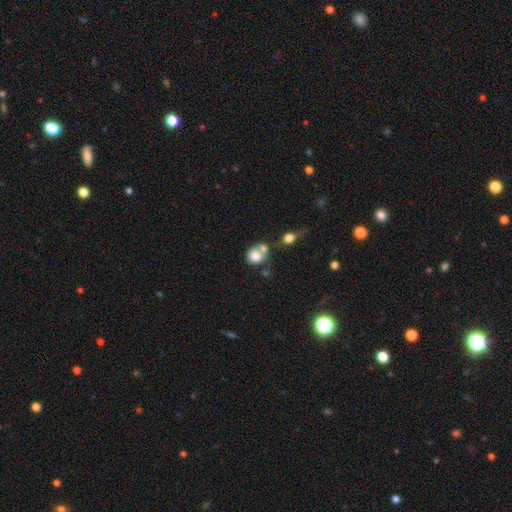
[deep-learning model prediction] A smooth galaxy with no disk features (78%) that is round (73%). Merging: merger (48%).